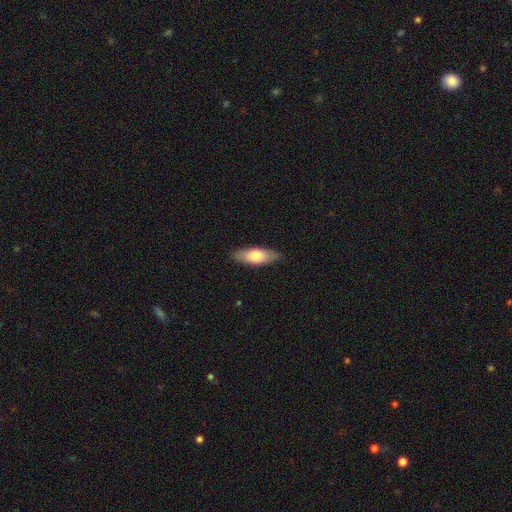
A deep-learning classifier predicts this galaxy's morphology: smooth_or_featured: smooth (p=0.73) [alt: featured or disk p=0.22]
how_rounded: in between (p=0.68) [alt: cigar-shaped p=0.30]
merging: none (p=0.86) [alt: minor disturbance p=0.11]